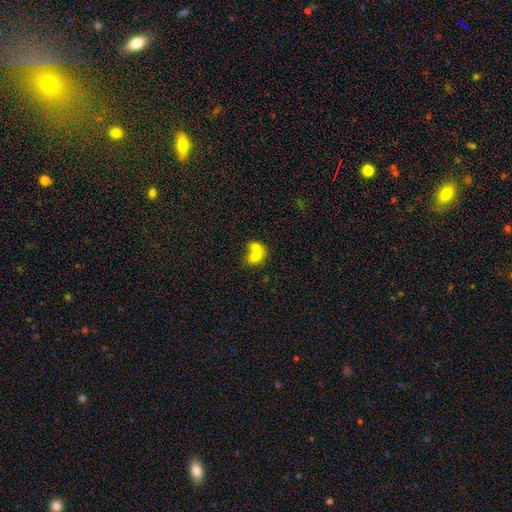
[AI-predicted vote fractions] Overall: smooth (70%). How rounded: in between (58%; round 41%). Merging: merger (72%).